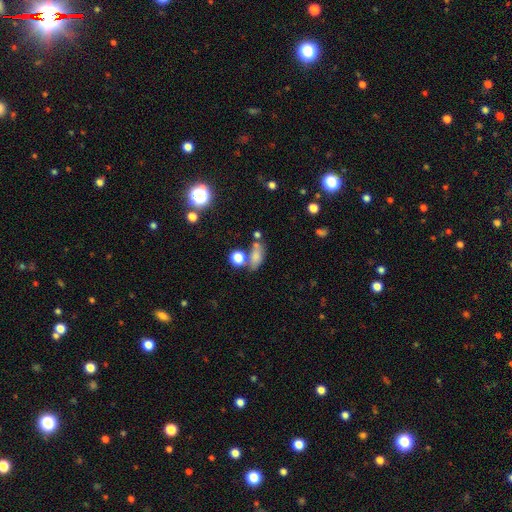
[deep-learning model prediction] The model was most divided on "merging": none: 48%, merger: 24%, minor disturbance: 18%, major disturbance: 10%. More confident: how rounded — in between (74%); smooth or featured — smooth (71%).